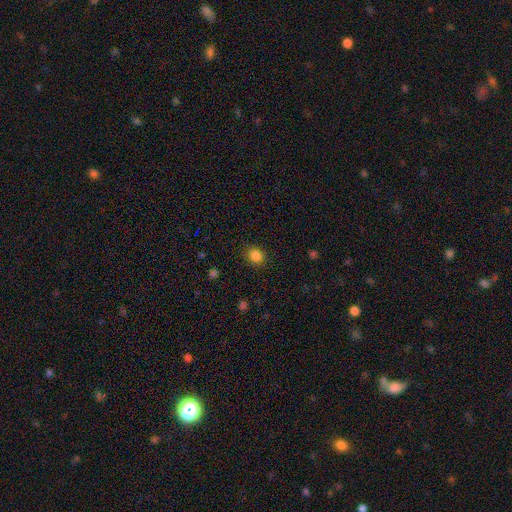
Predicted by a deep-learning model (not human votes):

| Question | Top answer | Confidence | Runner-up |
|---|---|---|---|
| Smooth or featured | smooth | 84% | star or artifact (12%) |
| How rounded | round | 63% | in between (36%) |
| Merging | none | 86% | minor disturbance (10%) |